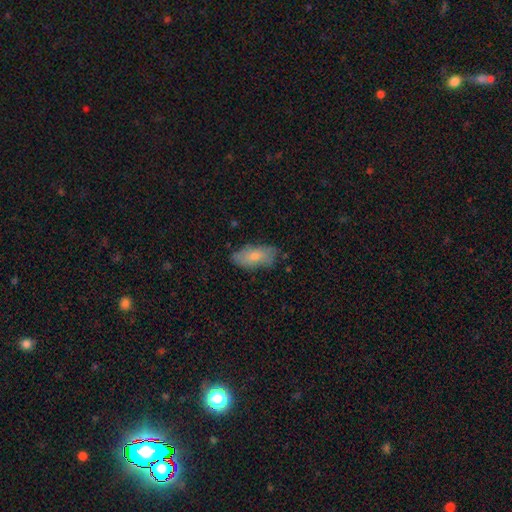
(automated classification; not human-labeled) smooth 69%, featured or disk 23%, star or artifact 7%. Down the decision tree: how rounded — in between (89%); merging — none (77%).